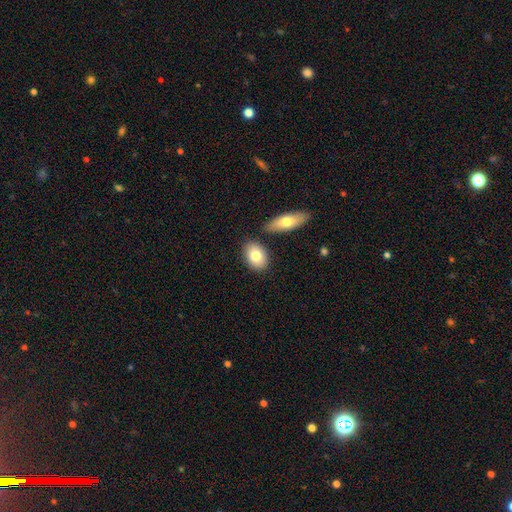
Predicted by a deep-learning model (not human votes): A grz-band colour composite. It shows a smooth galaxy with no disk features (79%) that is in between round and cigar-shaped (84%). Merging: none (77%).